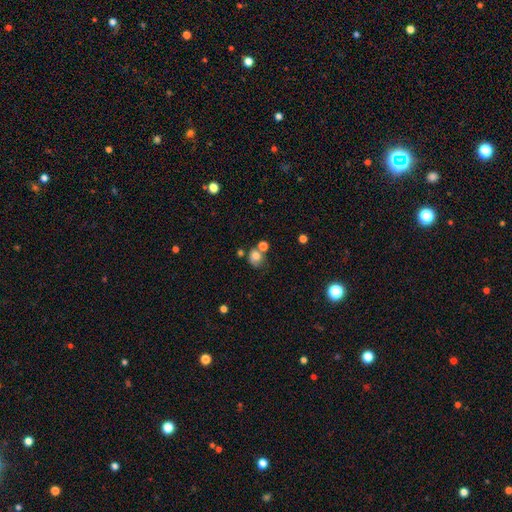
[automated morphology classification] Smooth or featured? smooth (73%)
How rounded? round (72%)
Merging? none (48%)